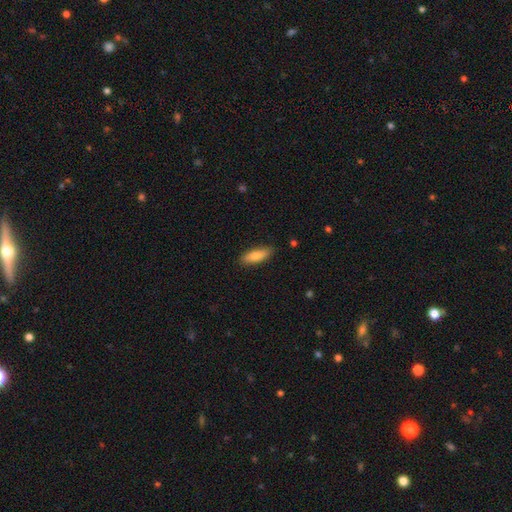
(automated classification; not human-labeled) The model was most divided on "how rounded": in between: 56%, cigar-shaped: 42%, round: 2%. More confident: merging — none (86%); smooth or featured — smooth (77%).